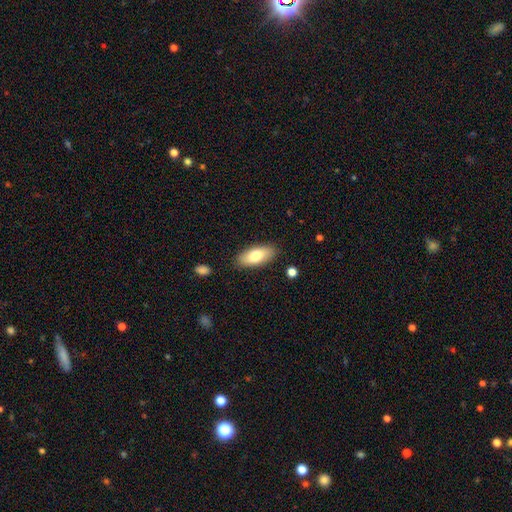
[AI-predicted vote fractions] Smooth or featured?
  - smooth: 78% *
  - featured or disk: 16%
  - star or artifact: 6%
How rounded?
  - in between: 85% *
  - cigar-shaped: 12%
  - round: 2%
Merging?
  - none: 86% *
  - minor disturbance: 10%
  - major disturbance: 2%
  - merger: 2%